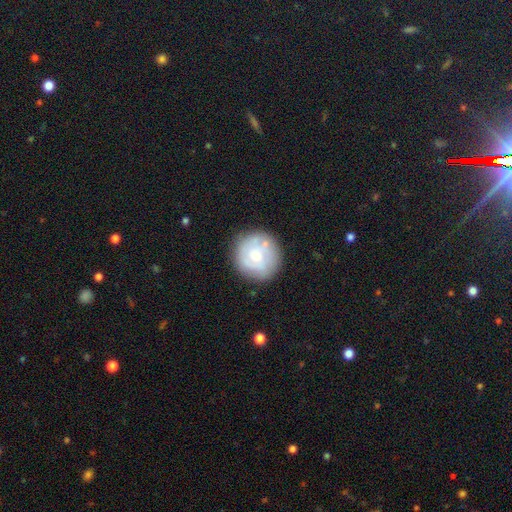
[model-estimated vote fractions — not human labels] Q: Smooth or featured?
A: smooth (54%); runner-up: featured or disk (39%)
Q: How rounded?
A: round (94%); runner-up: in between (5%)
Q: Merging?
A: none (76%); runner-up: minor disturbance (15%)